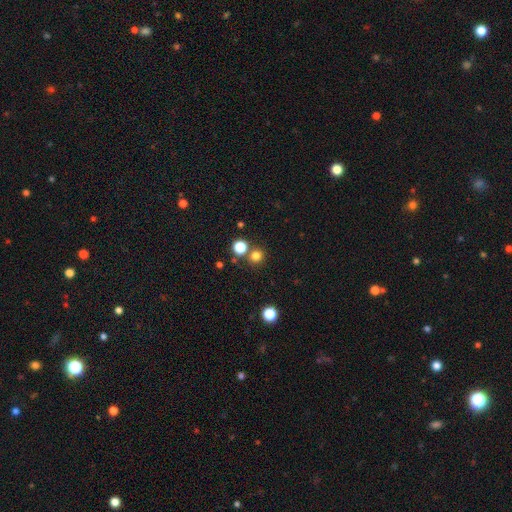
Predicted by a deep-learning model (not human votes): Smooth or featured?
  - smooth: 78% *
  - star or artifact: 17%
  - featured or disk: 5%
How rounded?
  - round: 91% *
  - in between: 8%
  - cigar-shaped: 1%
Merging?
  - none: 77% *
  - merger: 13%
  - minor disturbance: 7%
  - major disturbance: 3%